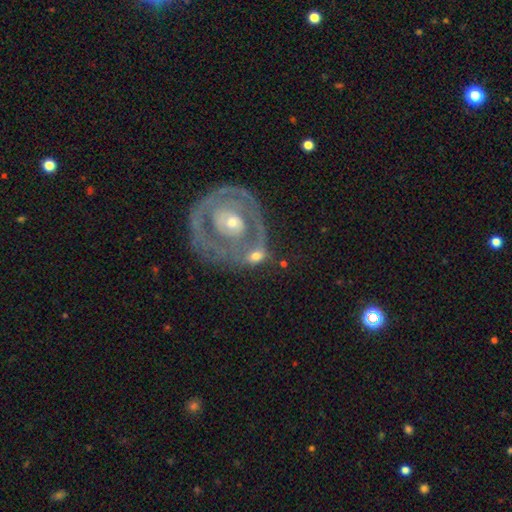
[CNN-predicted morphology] Smooth or featured? Predicted: featured or disk (p=0.59). Edge-on disk? Predicted: no (p=0.95). Bar? Predicted: no (p=0.77). Spiral arms? Predicted: yes (p=0.51). Bulge size? Predicted: moderate (p=0.56). Merging? Predicted: none (p=0.40).